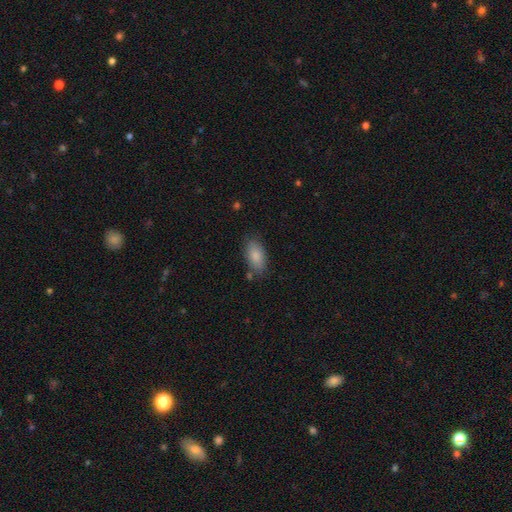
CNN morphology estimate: Smooth or featured? smooth (85%)
How rounded? in between (91%)
Merging? none (77%)